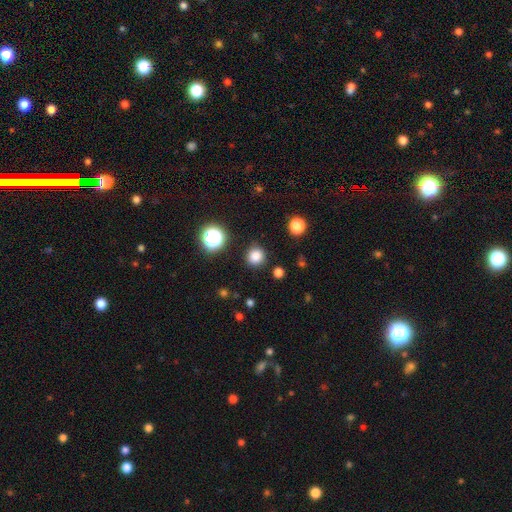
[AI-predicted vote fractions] A smooth galaxy with no disk features (81%) that is round (91%).

Vote fractions:
- Smooth or featured? smooth: 81% / star or artifact: 15% / featured or disk: 4%
- How rounded? round: 91% / in between: 8% / cigar-shaped: 1%
- Merging? none: 88% / minor disturbance: 8% / major disturbance: 3% / merger: 2%